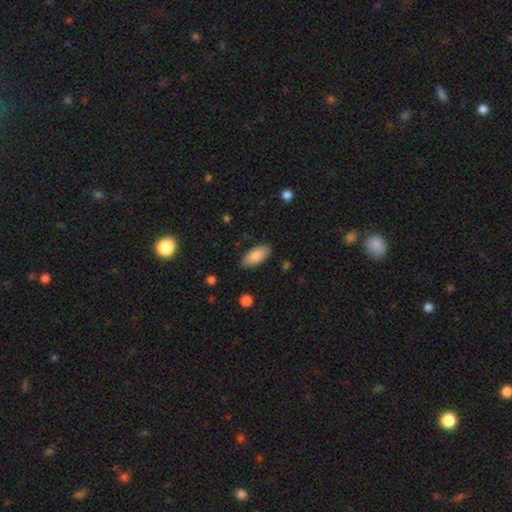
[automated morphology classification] smooth-or-featured: smooth: 84% | featured or disk: 10% | star or artifact: 6%
  how-rounded: in between: 89% | cigar-shaped: 9% | round: 2%
  merging: none: 85% | minor disturbance: 11% | major disturbance: 2% | merger: 1%